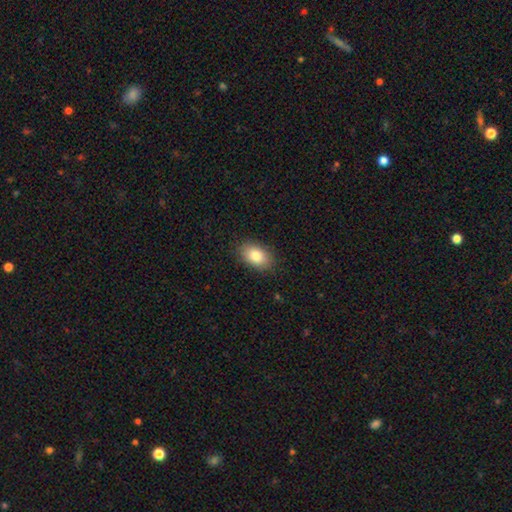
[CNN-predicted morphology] A smooth galaxy with no disk features (84%) that is in between round and cigar-shaped (90%). Merging: none (87%).